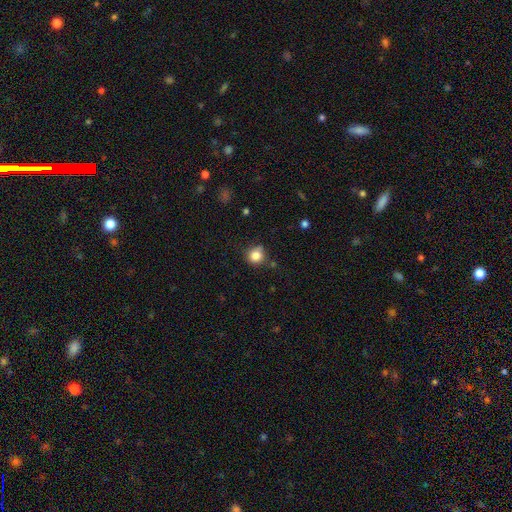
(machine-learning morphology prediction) Q: Smooth or featured?
A: smooth (83%); runner-up: star or artifact (11%)
Q: How rounded?
A: round (89%); runner-up: in between (10%)
Q: Merging?
A: none (75%); runner-up: minor disturbance (17%)